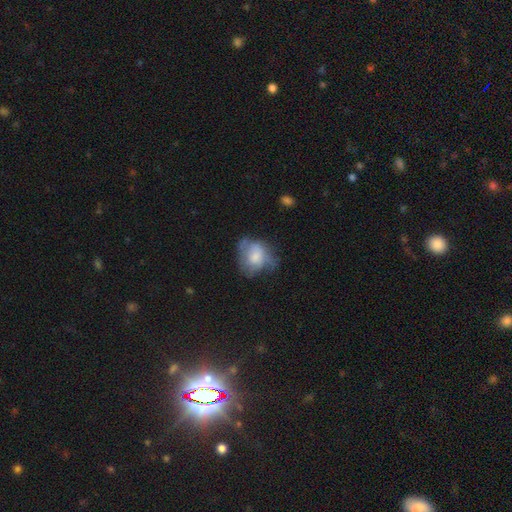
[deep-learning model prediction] smooth_or_featured: smooth (p=0.59) [alt: featured or disk p=0.32]
how_rounded: in between (p=0.57) [alt: round p=0.42]
merging: none (p=0.36) [alt: minor disturbance p=0.34]